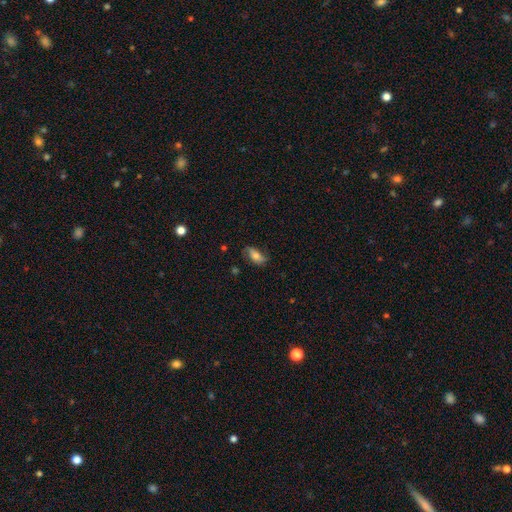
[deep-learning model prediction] Smooth or featured: smooth — 52% (featured or disk — 40%)
How rounded: in between — 83% (cigar-shaped — 12%)
Merging: none — 66% (minor disturbance — 23%)